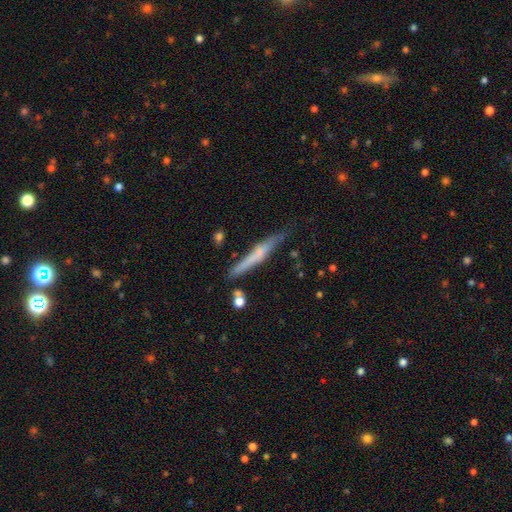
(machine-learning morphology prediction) smooth_or_featured: featured or disk (p=0.47) [alt: smooth p=0.46]
merging: none (p=0.71) [alt: minor disturbance p=0.20]